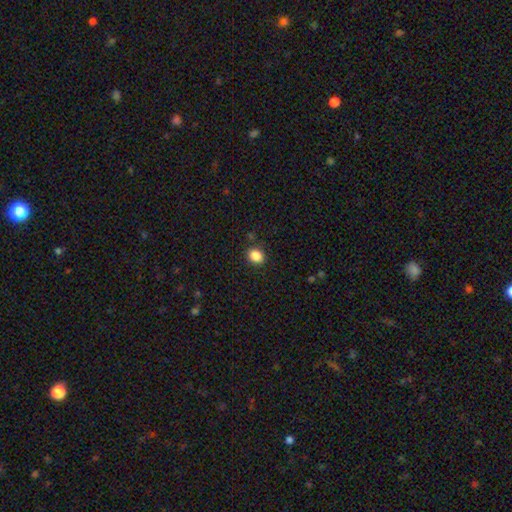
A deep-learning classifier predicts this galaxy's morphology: Smooth or featured: smooth — 86% (star or artifact — 10%)
How rounded: round — 58% (in between — 41%)
Merging: none — 88% (minor disturbance — 8%)